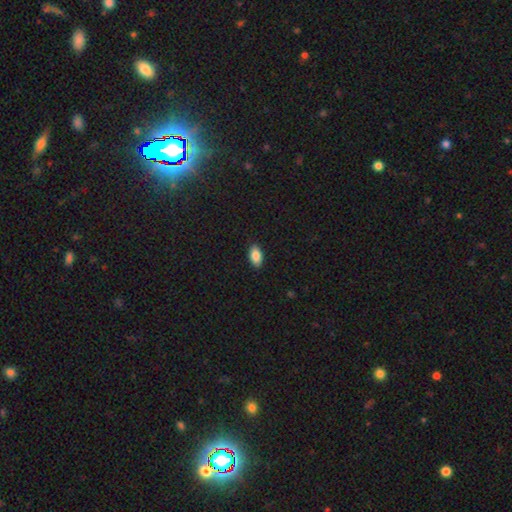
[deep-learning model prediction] smooth 87%, star or artifact 7%, featured or disk 6%. Down the decision tree: how rounded — in between (93%); merging — none (89%).